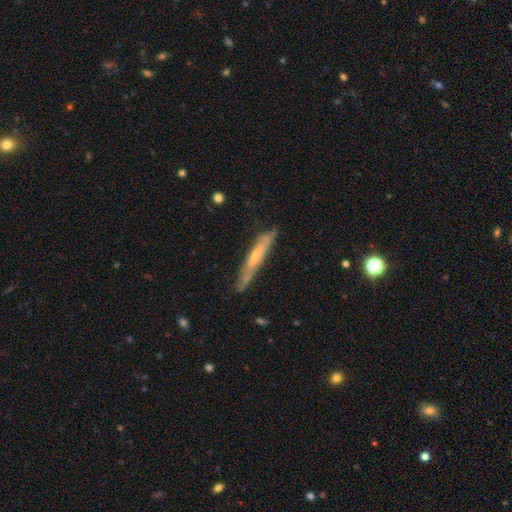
This is likely a featured or disk galaxy (73%). It is clearly viewed edge-on (81%). Edge-on bulge: possibly rounded (50%). Merging: likely none (60%).